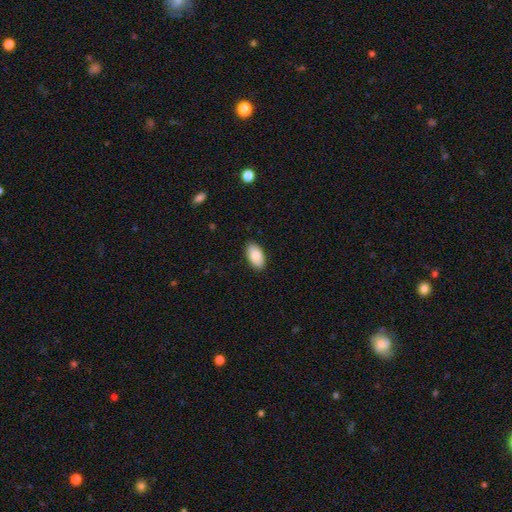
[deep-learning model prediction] Smooth or featured?
  - smooth: 84% *
  - featured or disk: 10%
  - star or artifact: 6%
How rounded?
  - in between: 95% *
  - round: 3%
  - cigar-shaped: 2%
Merging?
  - none: 88% *
  - minor disturbance: 9%
  - major disturbance: 2%
  - merger: 1%